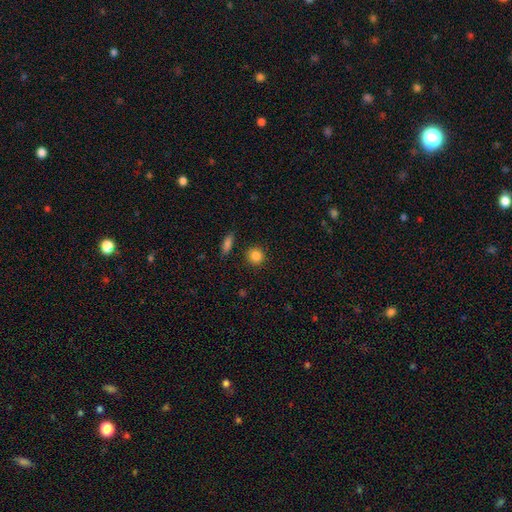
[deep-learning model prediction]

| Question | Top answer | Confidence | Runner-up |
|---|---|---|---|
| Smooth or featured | smooth | 85% | star or artifact (10%) |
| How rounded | round | 91% | in between (7%) |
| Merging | none | 89% | minor disturbance (6%) |